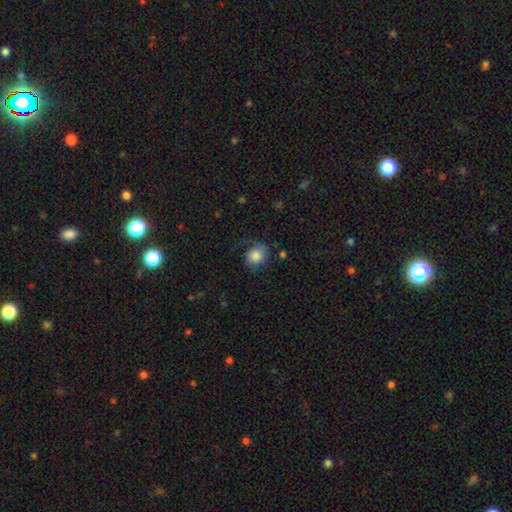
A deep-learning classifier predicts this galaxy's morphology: The model was most divided on "merging": none: 59%, minor disturbance: 24%, major disturbance: 15%, merger: 2%. More confident: smooth or featured — smooth (75%); how rounded — round (69%).